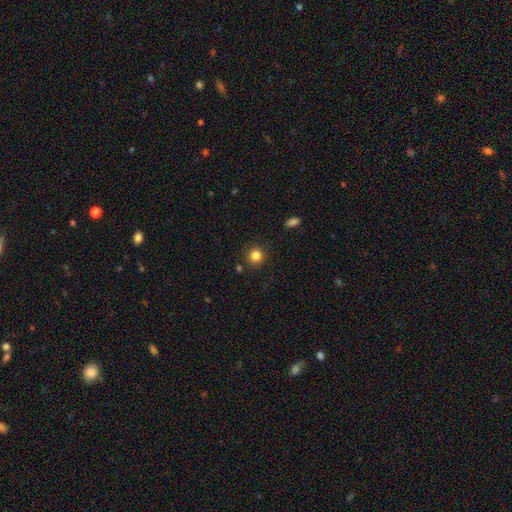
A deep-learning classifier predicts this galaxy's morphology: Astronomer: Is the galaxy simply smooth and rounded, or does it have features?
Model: smooth — 83%.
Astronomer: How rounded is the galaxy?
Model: round — 92%.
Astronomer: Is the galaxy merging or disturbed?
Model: none — 88%.